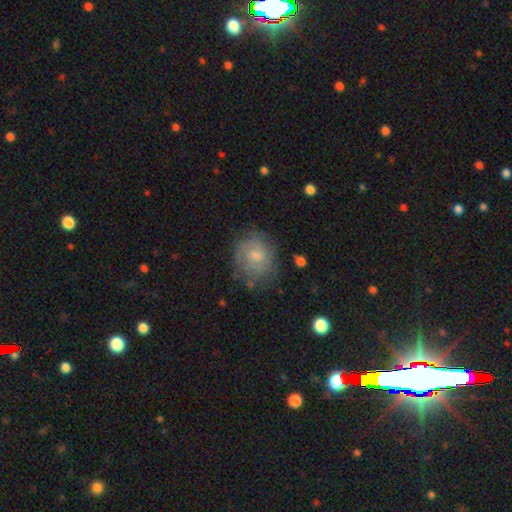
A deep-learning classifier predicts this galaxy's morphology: This appears to be a smooth galaxy with no disk features (50%). Merging: none (66%).